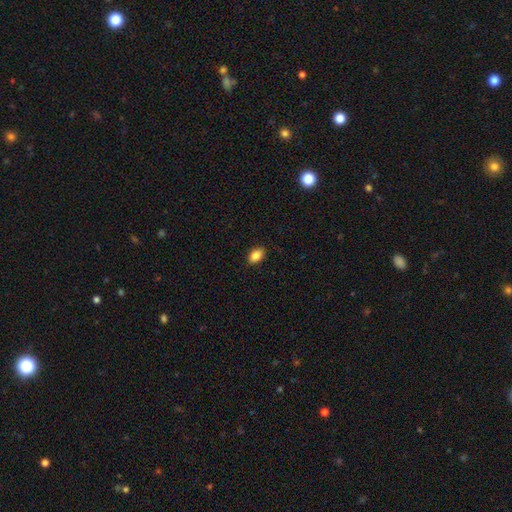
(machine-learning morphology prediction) smooth_or_featured: smooth (p=0.85) [alt: star or artifact p=0.08]
how_rounded: in between (p=0.84) [alt: round p=0.14]
merging: none (p=0.89) [alt: minor disturbance p=0.08]